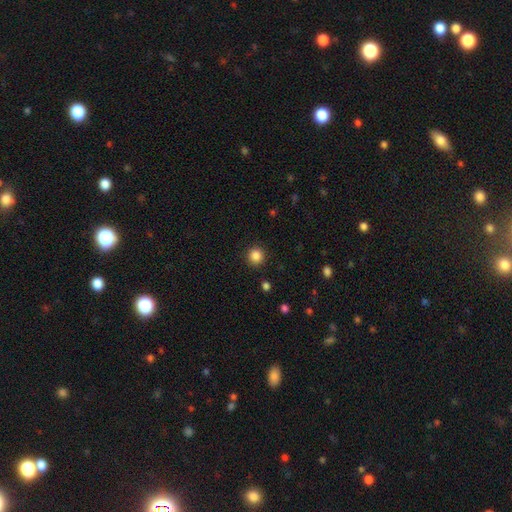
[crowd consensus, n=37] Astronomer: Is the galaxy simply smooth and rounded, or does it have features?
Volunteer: smooth — 92%.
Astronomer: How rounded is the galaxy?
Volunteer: round — 88%.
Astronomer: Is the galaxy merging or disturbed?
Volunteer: none — 91%.